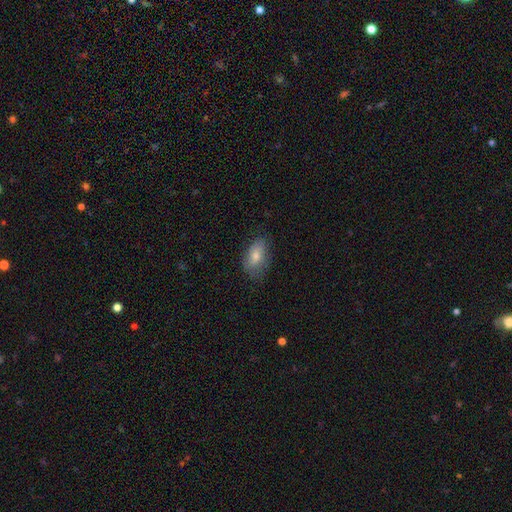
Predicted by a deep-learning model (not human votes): Smooth or featured?
  - smooth: 69% *
  - featured or disk: 21%
  - star or artifact: 10%
How rounded?
  - in between: 88% *
  - round: 7%
  - cigar-shaped: 5%
Merging?
  - none: 72% *
  - minor disturbance: 21%
  - major disturbance: 5%
  - merger: 1%